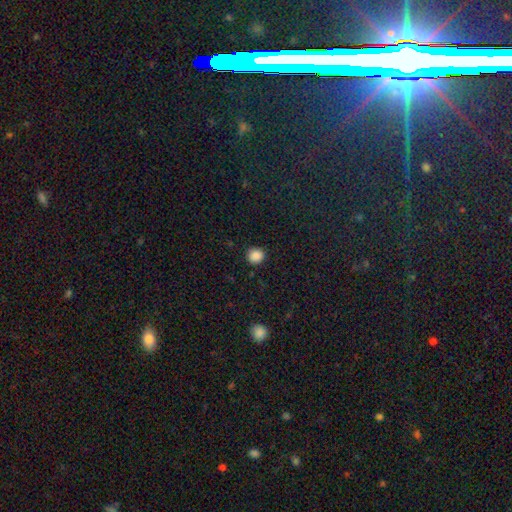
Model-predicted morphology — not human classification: This is clearly a smooth galaxy (87%). How rounded: clearly round (89%). Merging: clearly none (89%).